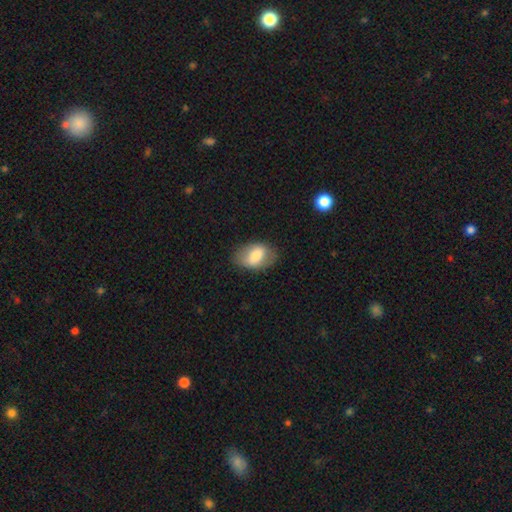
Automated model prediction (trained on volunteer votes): Q: Smooth or featured?
A: smooth (71%); runner-up: featured or disk (23%)
Q: How rounded?
A: in between (89%); runner-up: round (10%)
Q: Merging?
A: none (76%); runner-up: minor disturbance (17%)